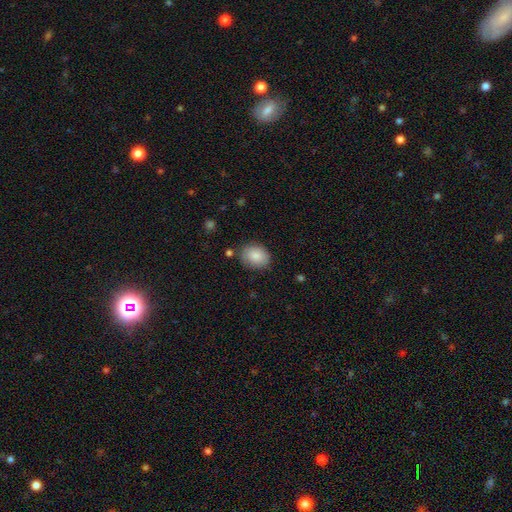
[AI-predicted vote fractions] Overall: smooth (86%). How rounded: in between (54%; round 45%). Merging: none (79%).